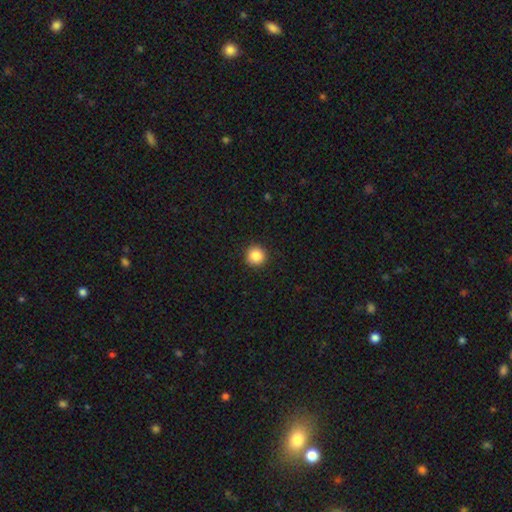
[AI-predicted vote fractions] Smooth or featured? Predicted: smooth (p=0.86). How rounded? Predicted: round (p=0.95). Merging? Predicted: none (p=0.92).